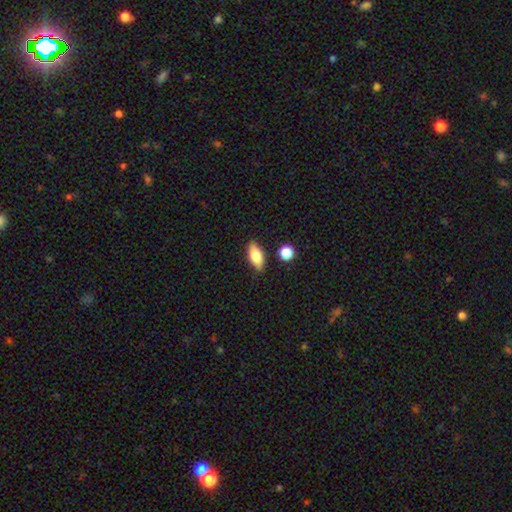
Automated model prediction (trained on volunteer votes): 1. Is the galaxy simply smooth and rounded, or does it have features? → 76% smooth, 17% featured or disk, 7% star or artifact.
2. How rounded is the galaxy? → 81% in between, 14% cigar-shaped, 5% round.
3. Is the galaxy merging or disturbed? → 80% none, 13% minor disturbance, 4% merger, 3% major disturbance.